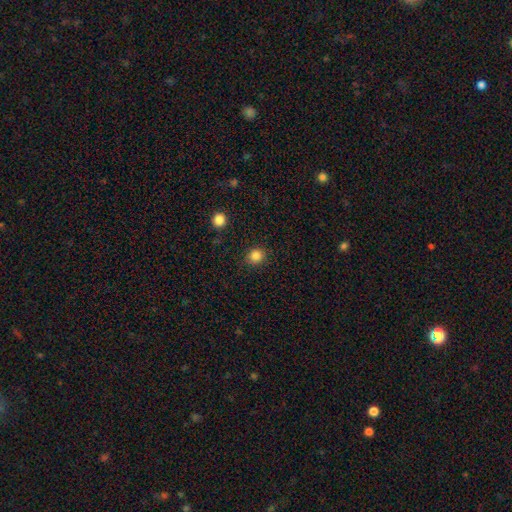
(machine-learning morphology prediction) smooth-or-featured: smooth: 85% | star or artifact: 12% | featured or disk: 3%
  how-rounded: round: 87% | in between: 12% | cigar-shaped: 1%
  merging: none: 87% | minor disturbance: 8% | major disturbance: 3% | merger: 1%